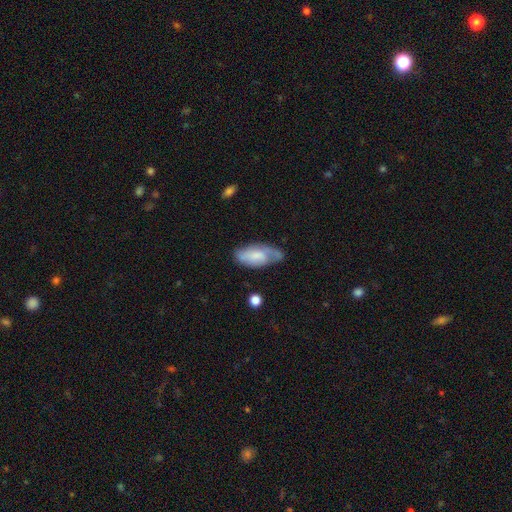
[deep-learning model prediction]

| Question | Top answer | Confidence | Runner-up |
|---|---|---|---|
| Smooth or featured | smooth | 53% | featured or disk (40%) |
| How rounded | in between | 87% | cigar-shaped (10%) |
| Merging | none | 48% | minor disturbance (34%) |